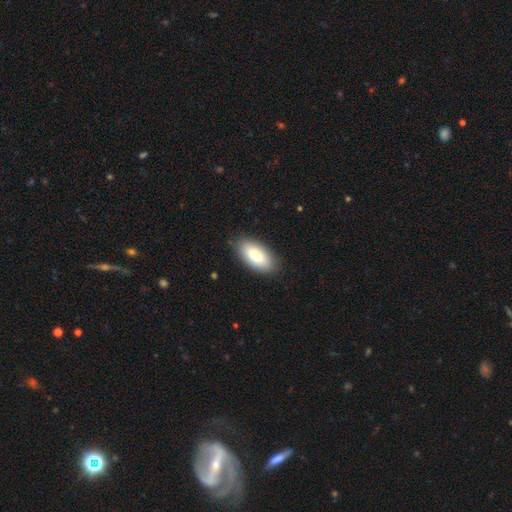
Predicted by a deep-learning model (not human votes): Smooth or featured? smooth (85%)
How rounded? in between (92%)
Merging? none (85%)